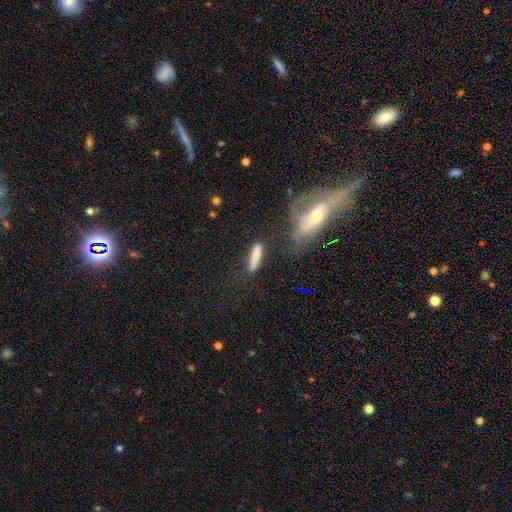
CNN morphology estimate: smooth_or_featured: smooth (p=0.80) [alt: featured or disk p=0.13]
how_rounded: cigar-shaped (p=0.80) [alt: in between p=0.17]
merging: none (p=0.71) [alt: minor disturbance p=0.15]